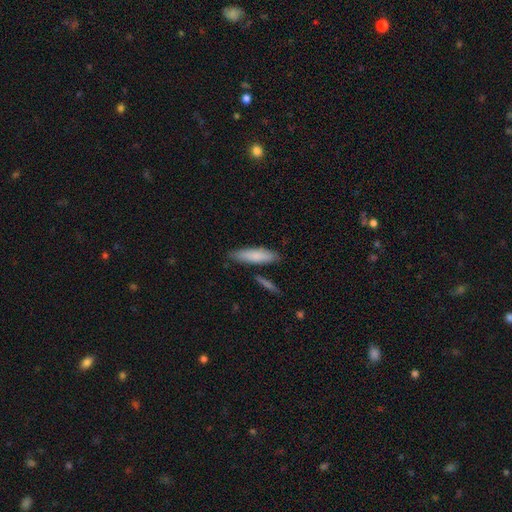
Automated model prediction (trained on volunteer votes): The model was most divided on "how rounded": cigar-shaped: 66%, in between: 32%, round: 2%. More confident: merging — none (81%); smooth or featured — smooth (79%).